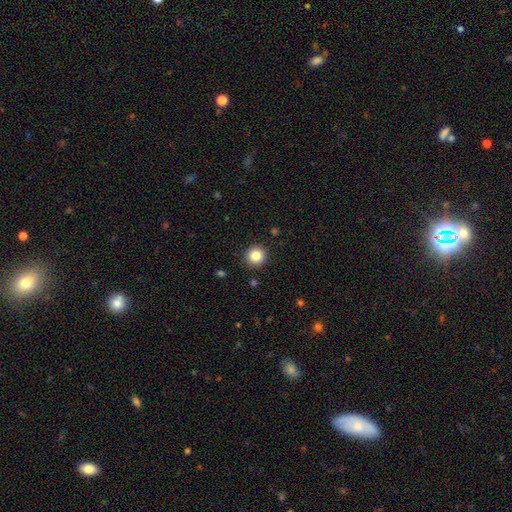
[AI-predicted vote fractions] Smooth or featured? smooth (85%)
How rounded? round (95%)
Merging? none (92%)